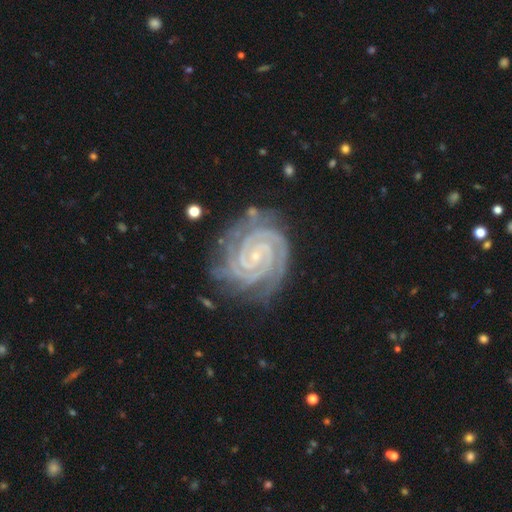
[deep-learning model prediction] featured or disk 94%, star or artifact 4%, smooth 2%. Down the decision tree: edge-on disk — no (98%); bar — no (53%); spiral arms — yes (99%); spiral arm count — 2 (59%); spiral winding — tight (87%); bulge size — small (86%); merging — none (78%).